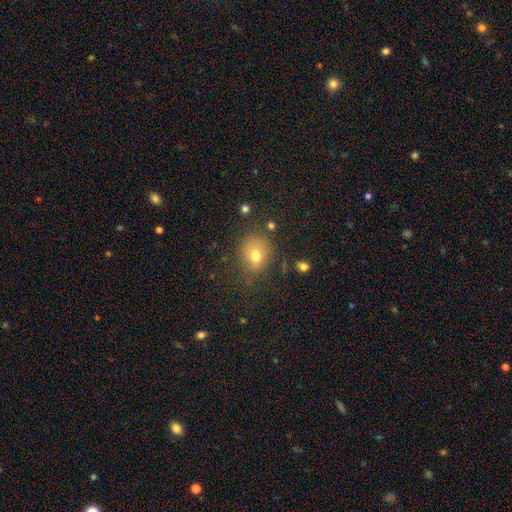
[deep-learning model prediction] Smooth or featured? smooth (75%)
How rounded? round (68%)
Merging? none (68%)